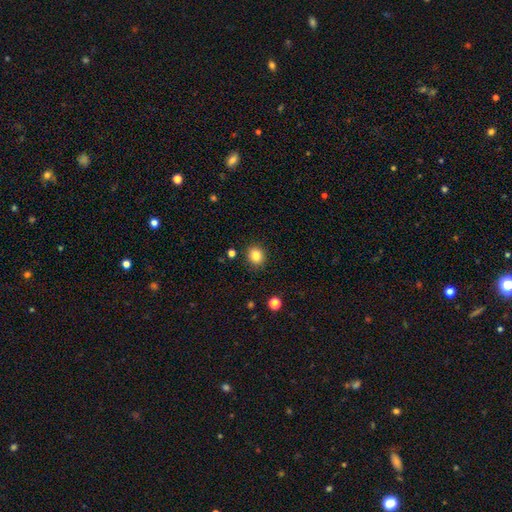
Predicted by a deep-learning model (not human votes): Smooth or featured: smooth — 83% (star or artifact — 11%)
How rounded: round — 80% (in between — 20%)
Merging: none — 88% (minor disturbance — 8%)